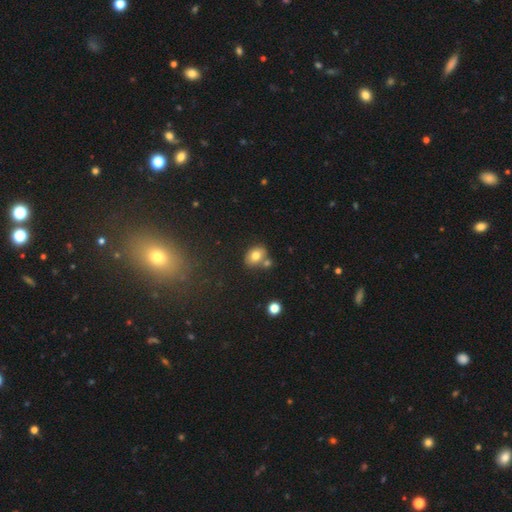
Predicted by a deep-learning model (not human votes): smooth_or_featured: smooth (p=0.76) [alt: featured or disk p=0.13]
how_rounded: in between (p=0.70) [alt: round p=0.29]
merging: none (p=0.64) [alt: merger p=0.21]